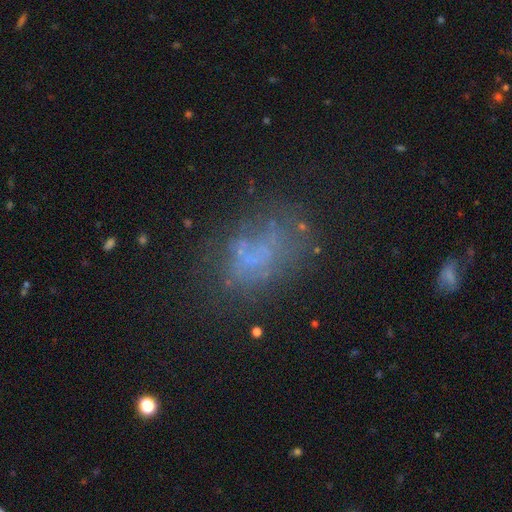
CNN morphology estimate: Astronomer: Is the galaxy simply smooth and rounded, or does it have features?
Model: smooth — 41% (runner-up: featured or disk, 37%).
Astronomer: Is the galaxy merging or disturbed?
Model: none — 49% (runner-up: major disturbance, 24%).